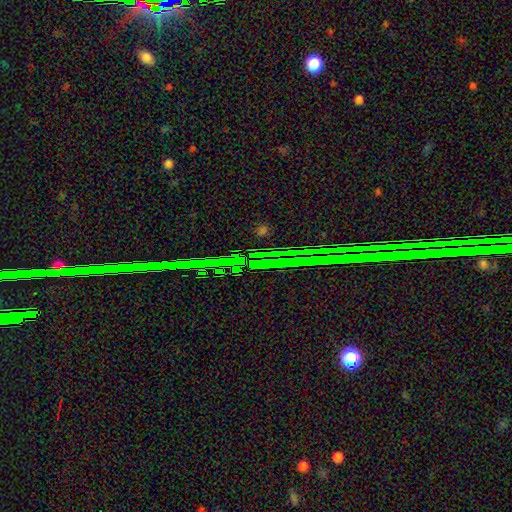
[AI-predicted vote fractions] The model was most divided on "smooth or featured": star or artifact: 82%, featured or disk: 9%, smooth: 8%.